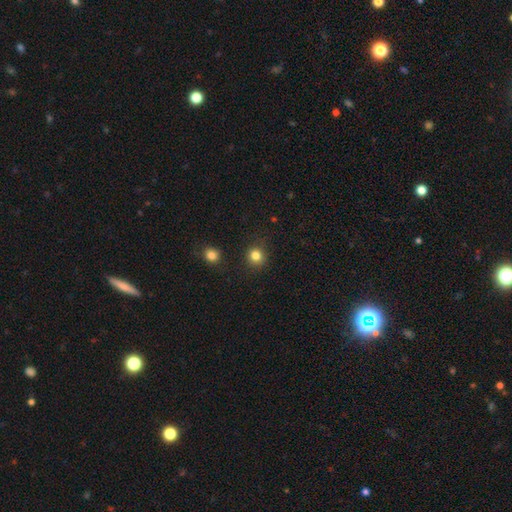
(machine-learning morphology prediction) Smooth or featured?
  - smooth: 83% *
  - star or artifact: 12%
  - featured or disk: 5%
How rounded?
  - round: 90% *
  - in between: 9%
  - cigar-shaped: 1%
Merging?
  - none: 88% *
  - minor disturbance: 7%
  - major disturbance: 3%
  - merger: 2%